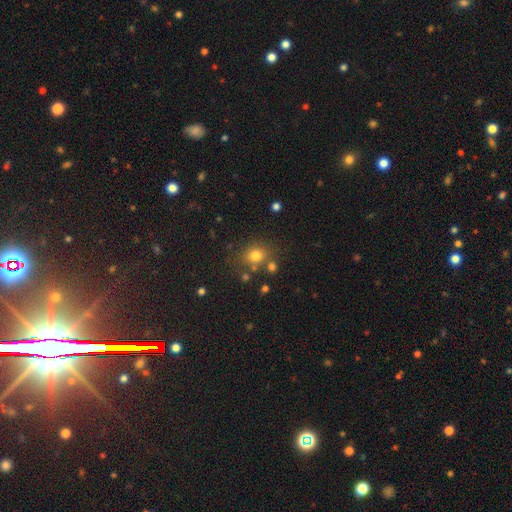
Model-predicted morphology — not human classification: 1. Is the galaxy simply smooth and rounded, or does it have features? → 76% smooth, 16% star or artifact, 8% featured or disk.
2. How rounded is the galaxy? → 69% round, 30% in between, 1% cigar-shaped.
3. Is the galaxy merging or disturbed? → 73% none, 12% minor disturbance, 11% merger, 5% major disturbance.